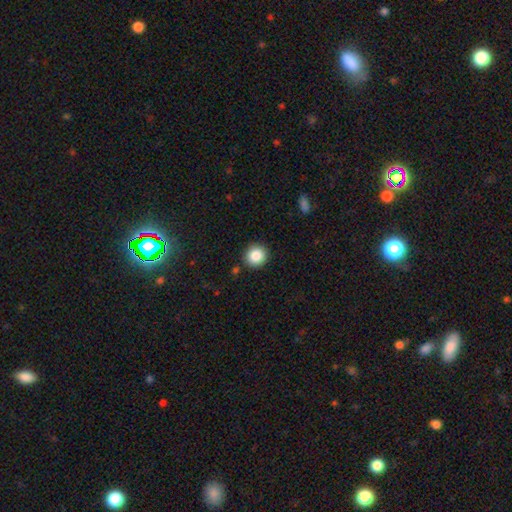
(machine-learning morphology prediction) Smooth or featured? Predicted: smooth (p=0.86). How rounded? Predicted: round (p=0.91). Merging? Predicted: none (p=0.89).